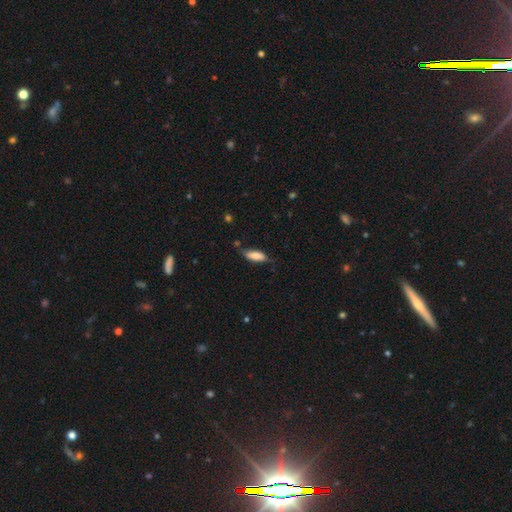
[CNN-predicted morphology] smooth-or-featured: smooth: 80% | featured or disk: 13% | star or artifact: 7%
  how-rounded: in between: 70% | cigar-shaped: 28% | round: 2%
  merging: none: 64% | minor disturbance: 27% | major disturbance: 6% | merger: 3%